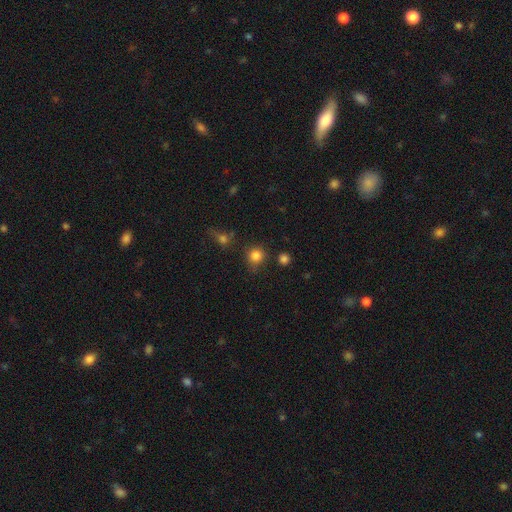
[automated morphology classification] A smooth galaxy with no disk features (82%) that is round (89%). Merging: none (75%).